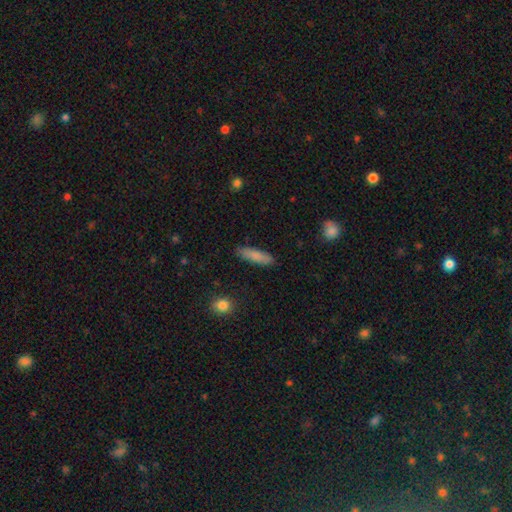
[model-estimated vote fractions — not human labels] A smooth galaxy with no disk features (84%) that is cigar-shaped (66%). Merging: none (87%).